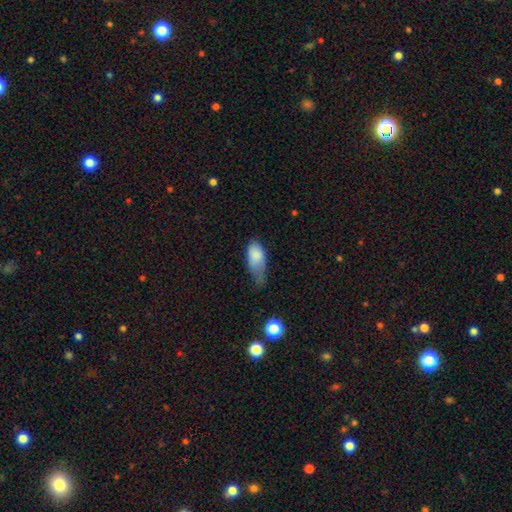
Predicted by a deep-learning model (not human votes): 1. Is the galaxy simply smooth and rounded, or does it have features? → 82% smooth, 11% featured or disk, 8% star or artifact.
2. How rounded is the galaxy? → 88% in between, 8% cigar-shaped, 4% round.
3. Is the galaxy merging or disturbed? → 48% minor disturbance, 29% major disturbance, 20% none, 3% merger.